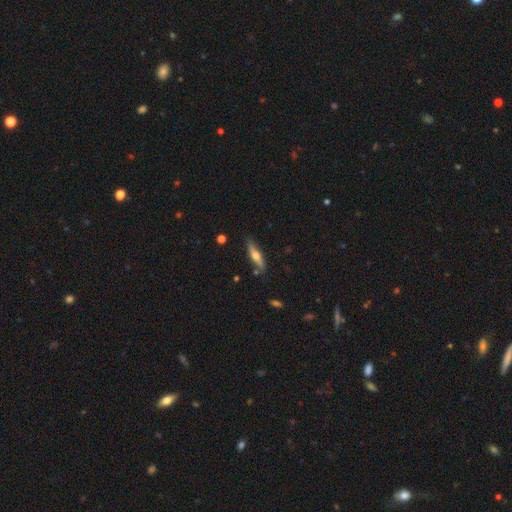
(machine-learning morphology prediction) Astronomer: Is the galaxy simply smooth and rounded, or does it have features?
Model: featured or disk — 49% (runner-up: smooth, 45%).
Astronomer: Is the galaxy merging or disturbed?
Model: none — 81%.